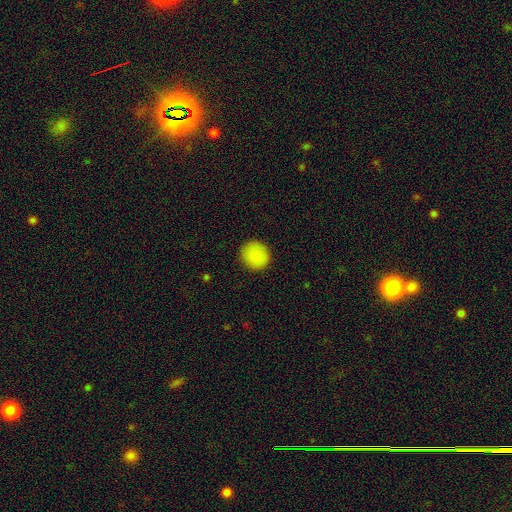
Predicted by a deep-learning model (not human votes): Q: Smooth or featured?
A: smooth (87%); runner-up: star or artifact (8%)
Q: How rounded?
A: round (92%); runner-up: in between (7%)
Q: Merging?
A: none (91%); runner-up: minor disturbance (6%)